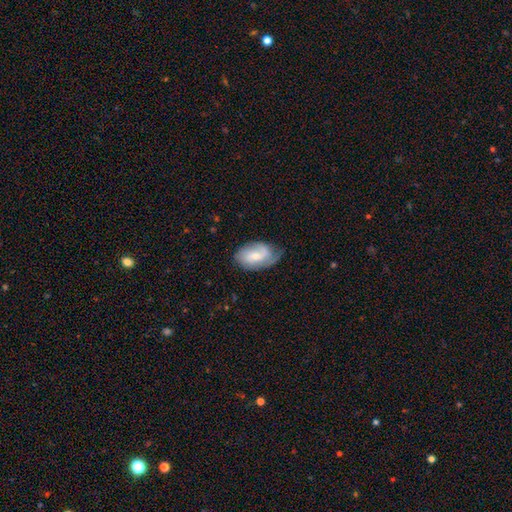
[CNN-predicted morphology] A featured or disk galaxy (52%). Merging: none (52%).